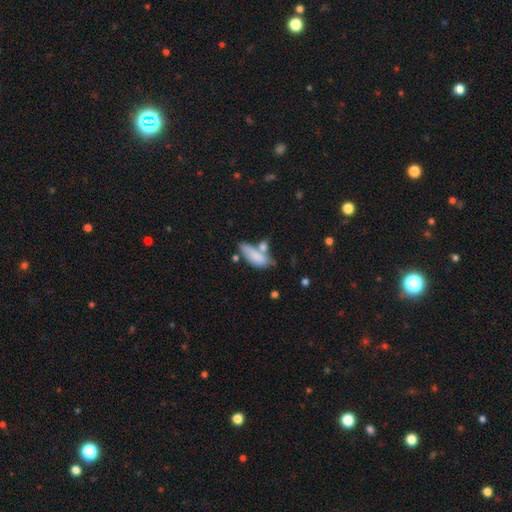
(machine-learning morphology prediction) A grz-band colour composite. It shows a smooth galaxy with no disk features (78%) that is in between round and cigar-shaped (72%). Merging: none (38%).